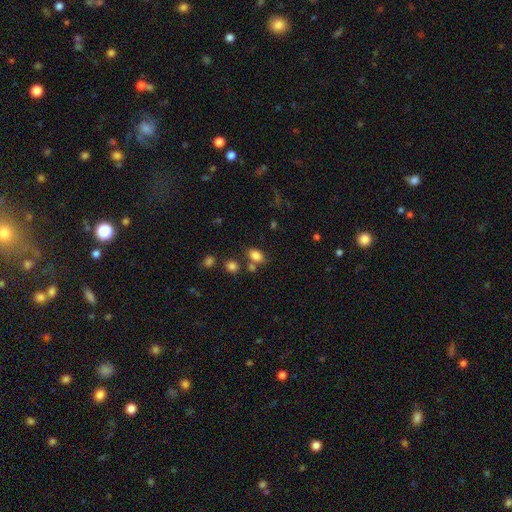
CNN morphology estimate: A smooth galaxy with no disk features (82%) that is in between round and cigar-shaped (82%). Merging: none (65%).